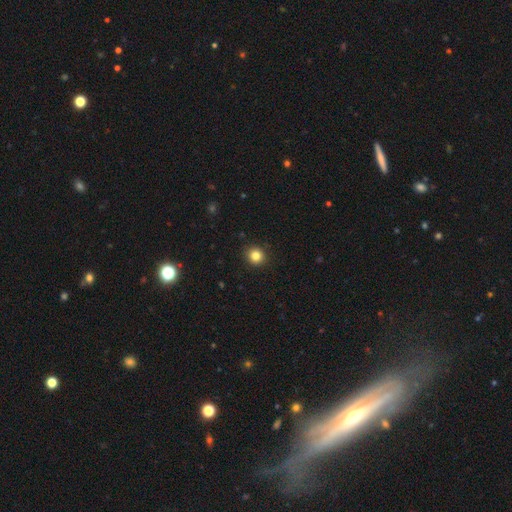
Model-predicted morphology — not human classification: Smooth or featured? smooth (84%)
How rounded? round (90%)
Merging? none (91%)